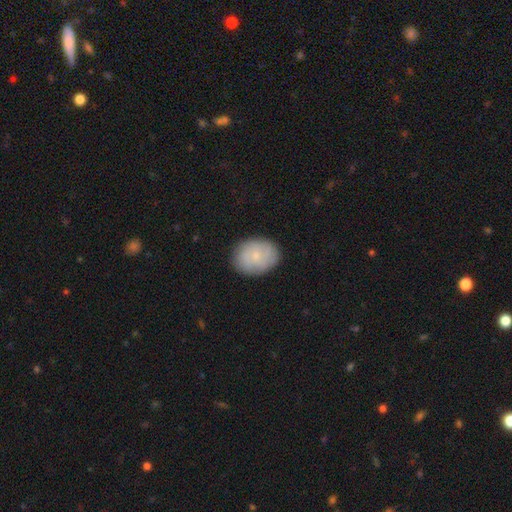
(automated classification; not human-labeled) Smooth or featured? Predicted: smooth (p=0.63). How rounded? Predicted: in between (p=0.53). Merging? Predicted: none (p=0.85).